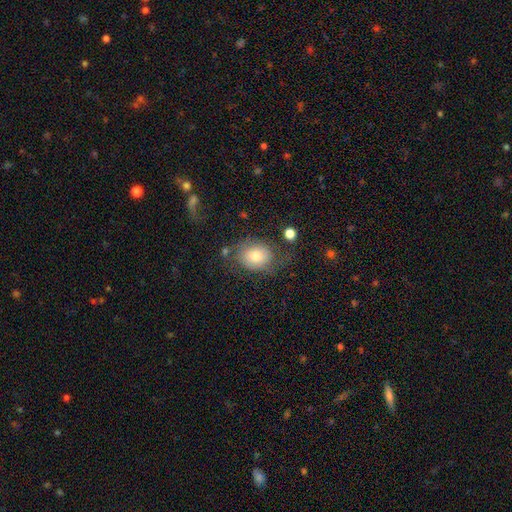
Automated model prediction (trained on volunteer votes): Smooth or featured?
  - smooth: 72% *
  - featured or disk: 18%
  - star or artifact: 10%
How rounded?
  - round: 58% *
  - in between: 41%
  - cigar-shaped: 1%
Merging?
  - none: 61% *
  - minor disturbance: 22%
  - major disturbance: 13%
  - merger: 4%